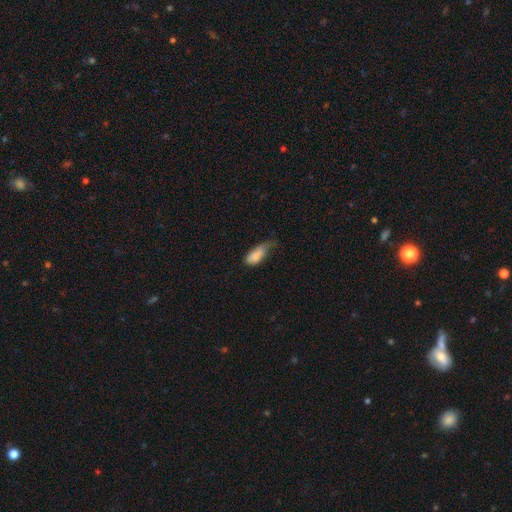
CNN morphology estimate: type=smooth (81%); roundness=in between (82%); merging=minor disturbance (44%).